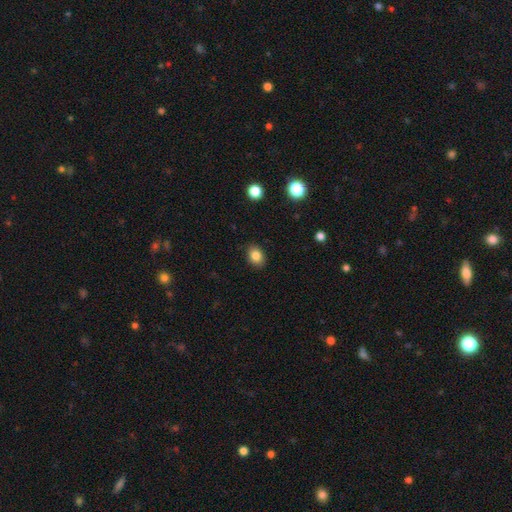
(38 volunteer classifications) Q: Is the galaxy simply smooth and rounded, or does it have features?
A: smooth — 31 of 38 (82%).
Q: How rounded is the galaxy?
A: in between — 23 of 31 (74%).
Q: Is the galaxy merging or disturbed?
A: none — 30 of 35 (86%).